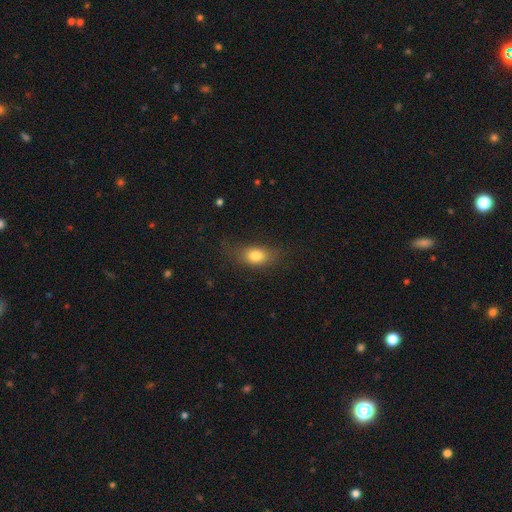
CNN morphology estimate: type=smooth (79%); roundness=in between (74%); merging=none (73%).